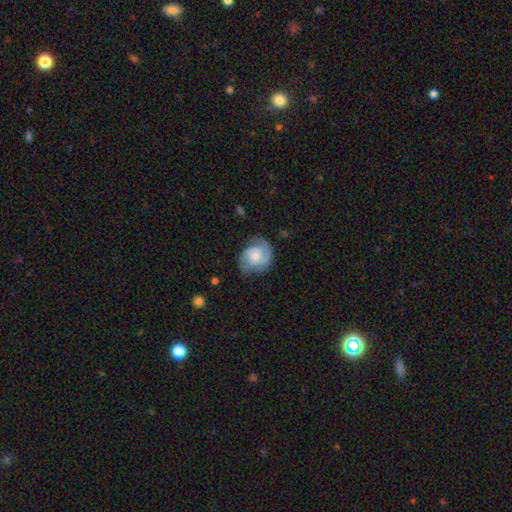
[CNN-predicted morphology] The model was most divided on "spiral winding": medium: 45%, tight: 42%, loose: 13%. Remaining: edge-on disk — no (98%); spiral arms — yes (95%); spiral arm count — 2 (82%); smooth or featured — featured or disk (75%); merging — none (69%); bar — no (64%); bulge size — moderate (48%).